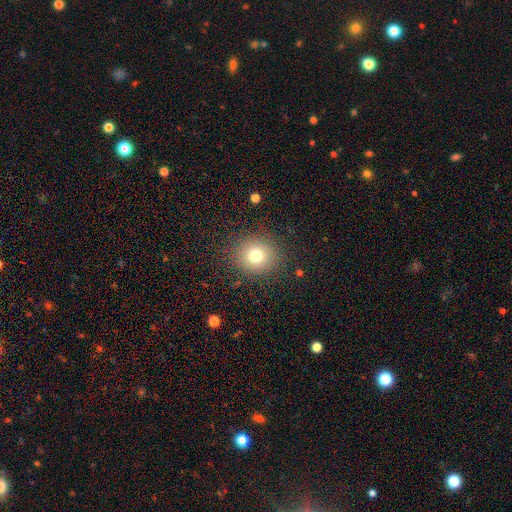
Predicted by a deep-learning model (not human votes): Smooth or featured: smooth — 75% (star or artifact — 14%)
How rounded: round — 82% (in between — 17%)
Merging: none — 87% (minor disturbance — 8%)